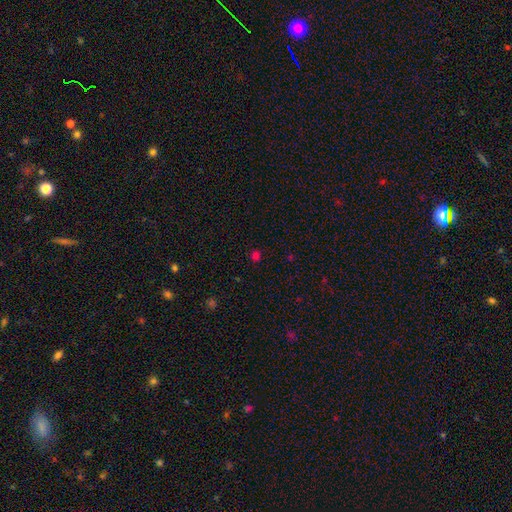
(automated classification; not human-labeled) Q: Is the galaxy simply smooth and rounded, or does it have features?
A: smooth — 71%.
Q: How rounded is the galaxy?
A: round — 82%.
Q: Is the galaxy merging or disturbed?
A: none — 88%.